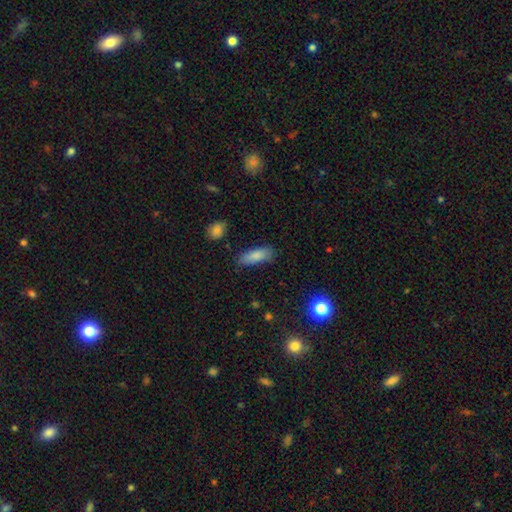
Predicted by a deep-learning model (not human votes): Morphology: type=smooth (84%); roundness=in between (63%); merging=none (81%).